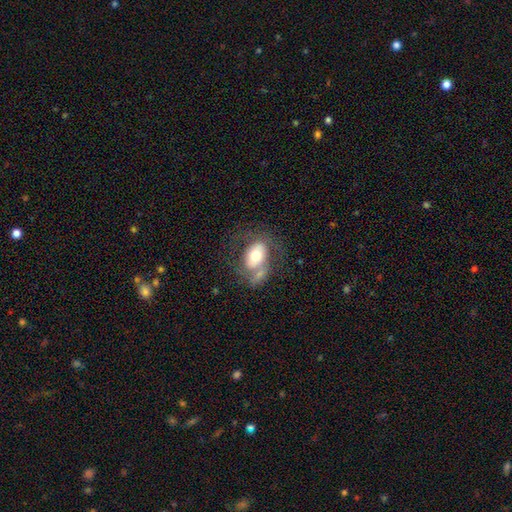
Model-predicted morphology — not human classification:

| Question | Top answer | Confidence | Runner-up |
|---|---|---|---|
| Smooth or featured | smooth | 52% | featured or disk (41%) |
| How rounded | in between | 83% | round (15%) |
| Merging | none | 36% | merger (24%) |